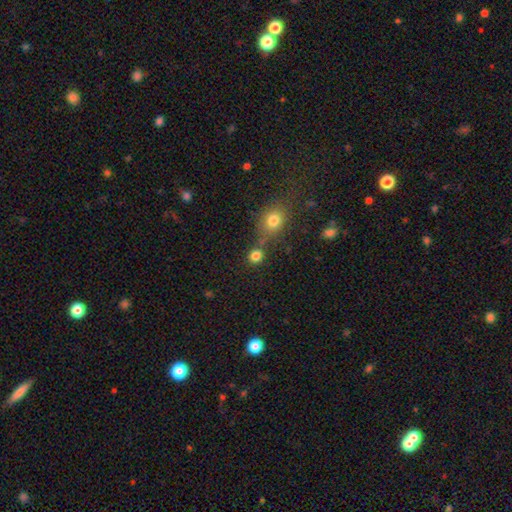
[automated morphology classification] Smooth or featured: smooth — 83% (star or artifact — 12%)
How rounded: round — 85% (in between — 14%)
Merging: none — 68% (merger — 19%)